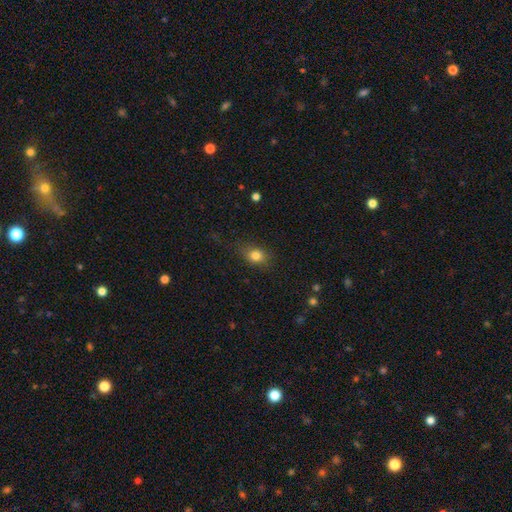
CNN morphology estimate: This is clearly a smooth galaxy (81%). How rounded: possibly in between (52%). Merging: likely none (77%).